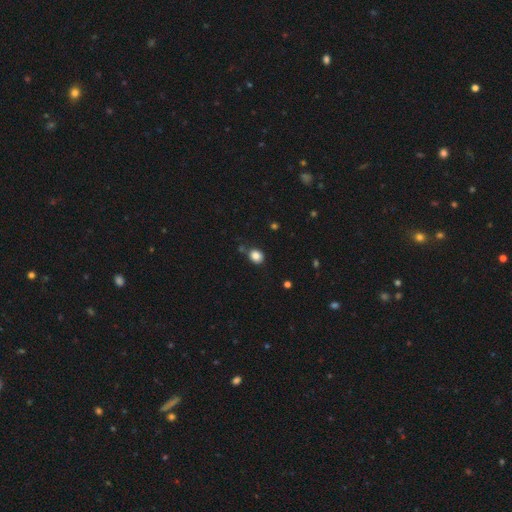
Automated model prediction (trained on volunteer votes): smooth-or-featured: smooth: 84% | star or artifact: 11% | featured or disk: 5%
  how-rounded: round: 62% | in between: 37% | cigar-shaped: 1%
  merging: none: 76% | minor disturbance: 14% | merger: 6% | major disturbance: 3%